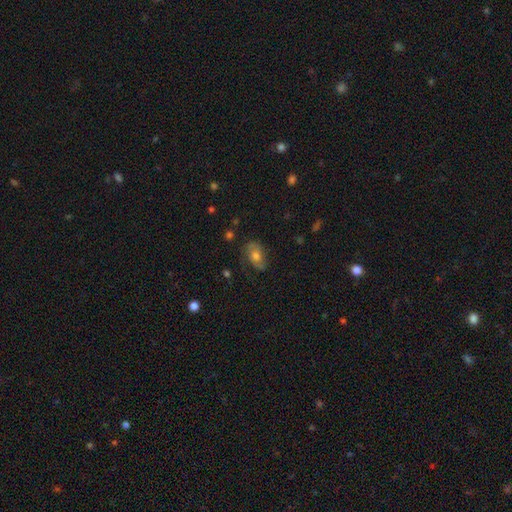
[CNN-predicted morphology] This appears to be a smooth galaxy with no disk features (45%). Merging: none (69%).